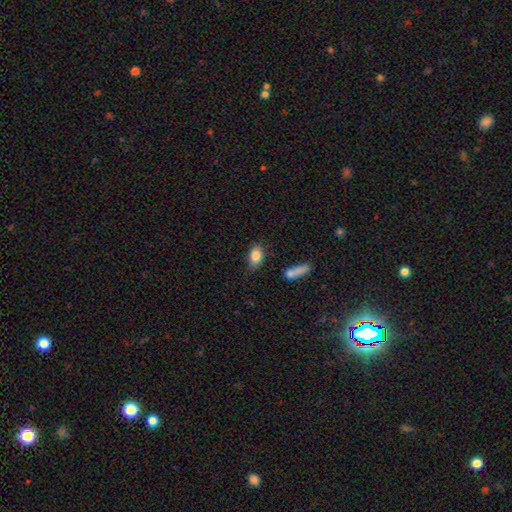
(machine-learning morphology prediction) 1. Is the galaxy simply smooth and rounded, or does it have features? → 84% smooth, 9% featured or disk, 7% star or artifact.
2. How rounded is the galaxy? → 85% in between, 12% round, 4% cigar-shaped.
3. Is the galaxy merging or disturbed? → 72% none, 19% minor disturbance, 5% merger, 4% major disturbance.